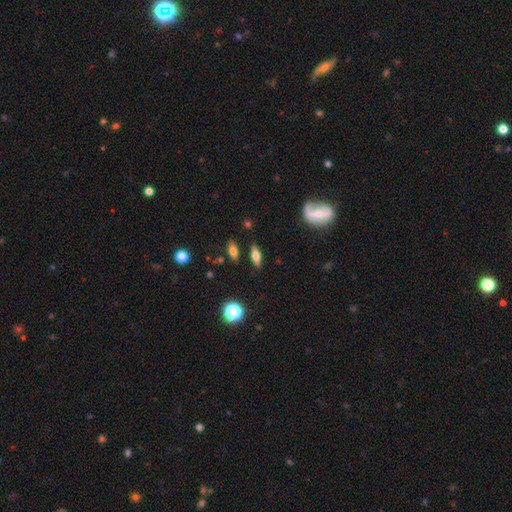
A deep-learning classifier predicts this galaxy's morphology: smooth 60%, featured or disk 30%, star or artifact 10%. Down the decision tree: how rounded — in between (66%); merging — none (84%).